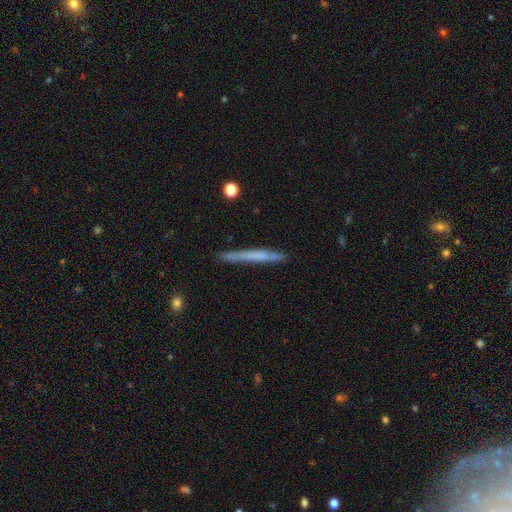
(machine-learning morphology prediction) Q: Smooth or featured?
A: smooth (49%); runner-up: featured or disk (44%)
Q: Merging?
A: none (84%); runner-up: minor disturbance (12%)